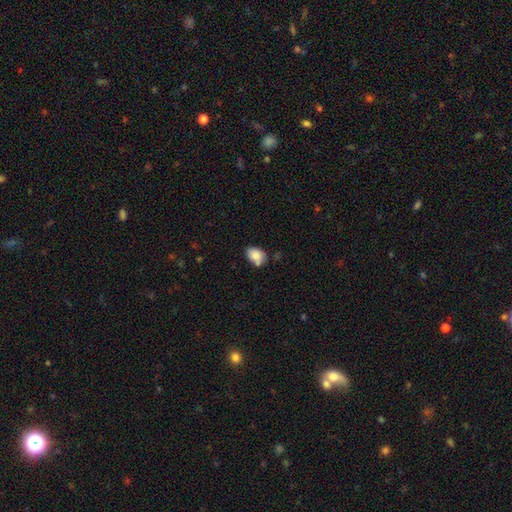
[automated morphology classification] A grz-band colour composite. It shows a smooth galaxy with no disk features (84%) that is in between round and cigar-shaped (77%). Merging: none (59%).